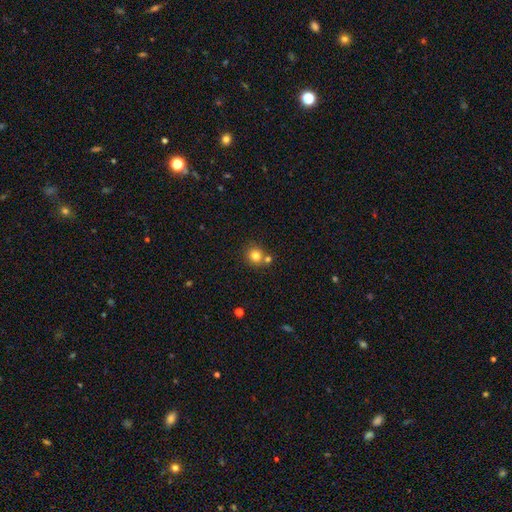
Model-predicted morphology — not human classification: Smooth or featured? smooth (80%)
How rounded? round (87%)
Merging? none (65%)